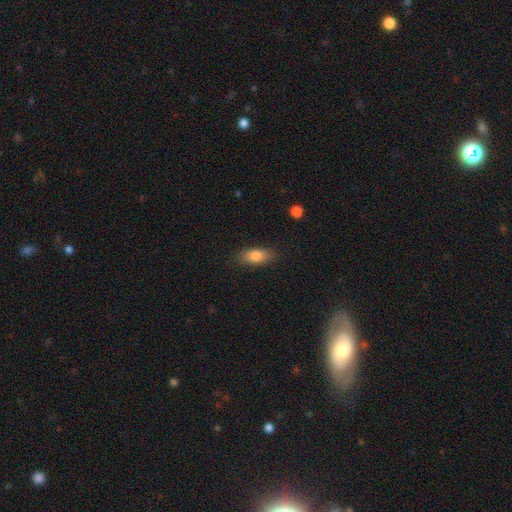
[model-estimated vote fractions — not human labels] The model was most divided on "how rounded": in between: 83%, cigar-shaped: 13%, round: 4%. More confident: merging — none (84%); smooth or featured — smooth (82%).